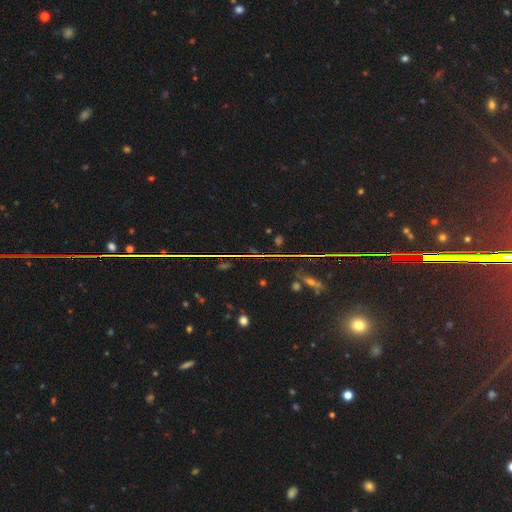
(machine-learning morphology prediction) Smooth or featured? star or artifact (84%)